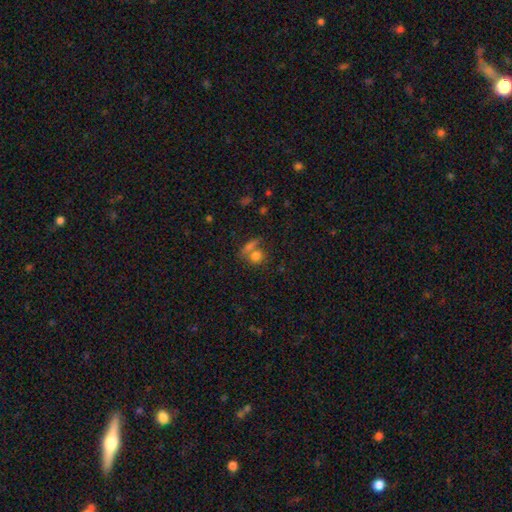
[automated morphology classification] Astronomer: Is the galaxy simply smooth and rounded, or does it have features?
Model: smooth — 76%.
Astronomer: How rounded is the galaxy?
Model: round — 66%.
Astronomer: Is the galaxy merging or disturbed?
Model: none — 45% (runner-up: merger, 40%).